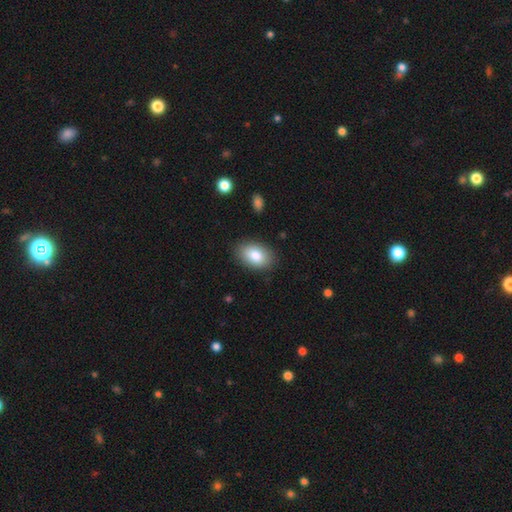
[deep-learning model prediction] Overall: smooth (84%). How rounded: in between (91%). Merging: none (87%).